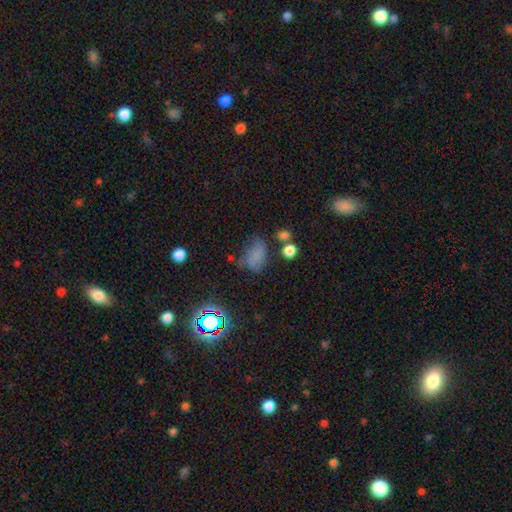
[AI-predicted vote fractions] smooth 66%, star or artifact 19%, featured or disk 15%. Down the decision tree: how rounded — in between (80%); merging — none (41%).